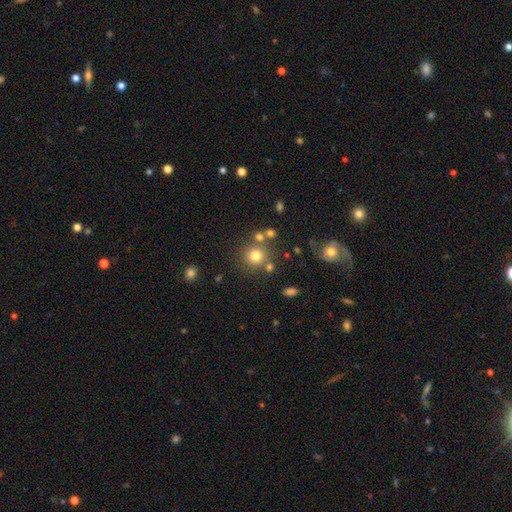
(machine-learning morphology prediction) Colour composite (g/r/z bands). It shows a smooth galaxy with no disk features (76%) that is round (91%). Merging: none (73%).